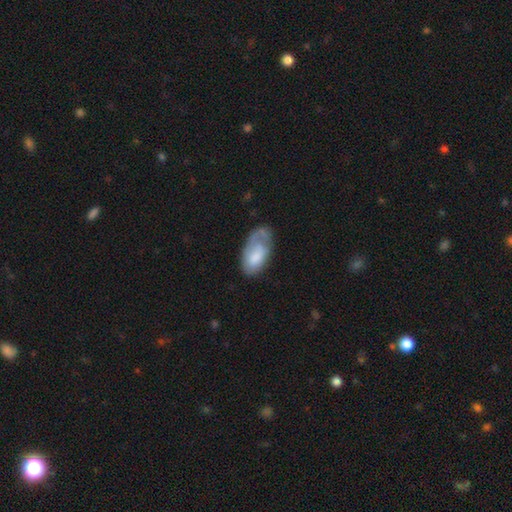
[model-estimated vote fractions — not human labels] smooth_or_featured: smooth (p=0.64) [alt: featured or disk p=0.29]
how_rounded: in between (p=0.95) [alt: round p=0.03]
merging: none (p=0.38) [alt: minor disturbance p=0.32]